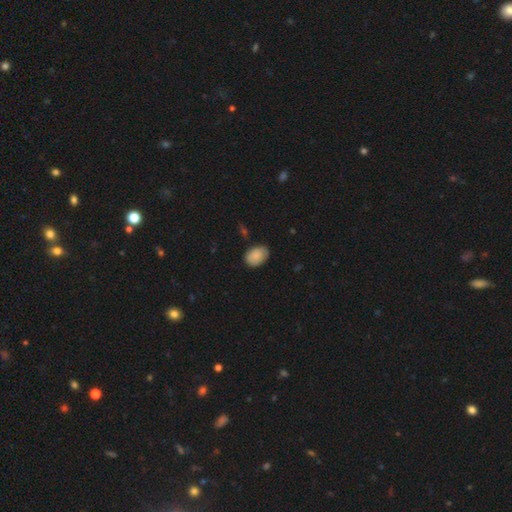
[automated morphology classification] This appears to be a smooth galaxy with no disk features (86%) that is in between round and cigar-shaped (77%). Merging: none (75%).